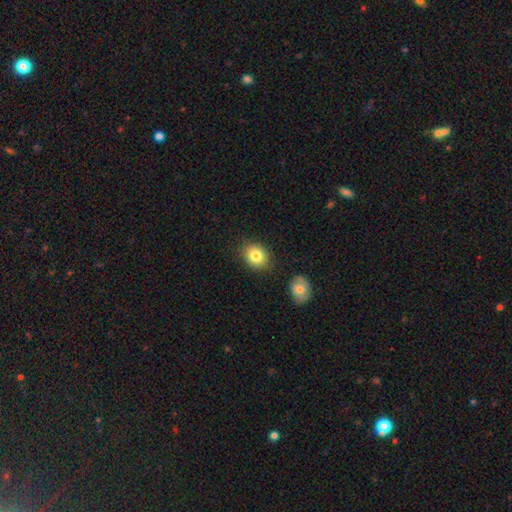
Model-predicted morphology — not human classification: This is clearly a smooth galaxy (83%). How rounded: likely round (61%). Merging: clearly none (83%).